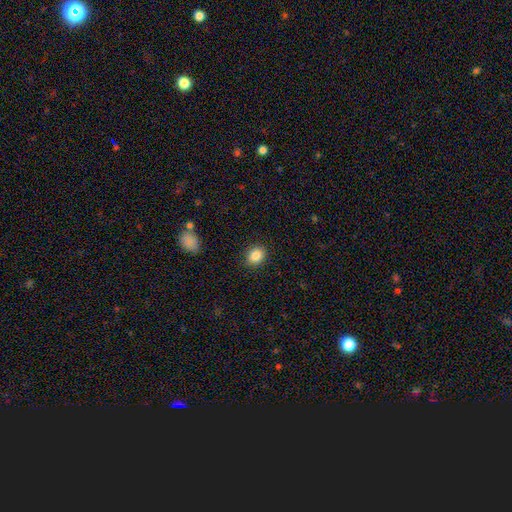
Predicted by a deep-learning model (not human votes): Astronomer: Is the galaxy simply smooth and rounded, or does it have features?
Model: smooth — 86%.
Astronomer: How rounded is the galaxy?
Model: round — 68%.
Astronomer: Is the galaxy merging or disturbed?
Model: none — 89%.